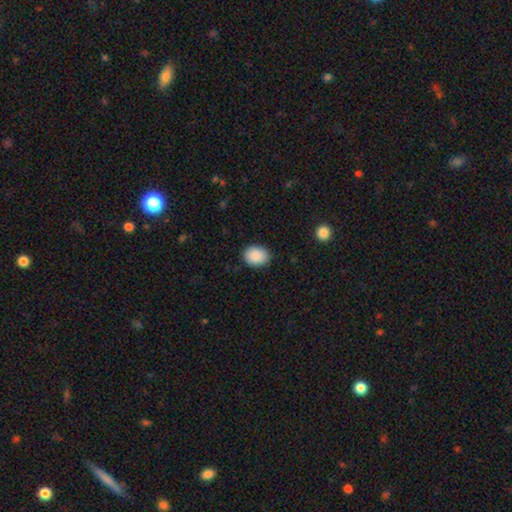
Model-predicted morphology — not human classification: Q: Smooth or featured?
A: smooth (89%); runner-up: star or artifact (8%)
Q: How rounded?
A: round (52%); runner-up: in between (48%)
Q: Merging?
A: none (88%); runner-up: minor disturbance (9%)